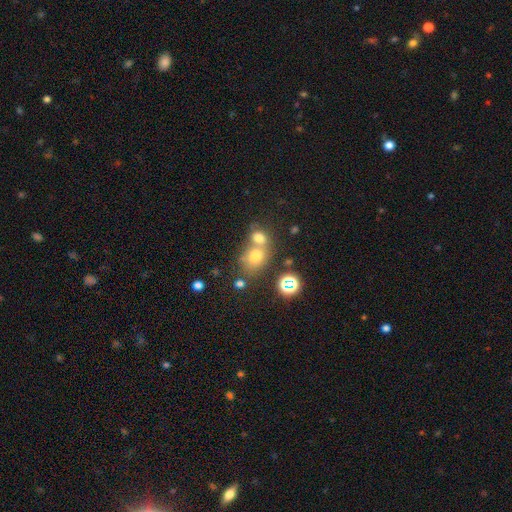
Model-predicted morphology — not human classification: Smooth or featured: smooth — 63% (star or artifact — 22%)
How rounded: round — 70% (in between — 28%)
Merging: merger — 50% (none — 39%)